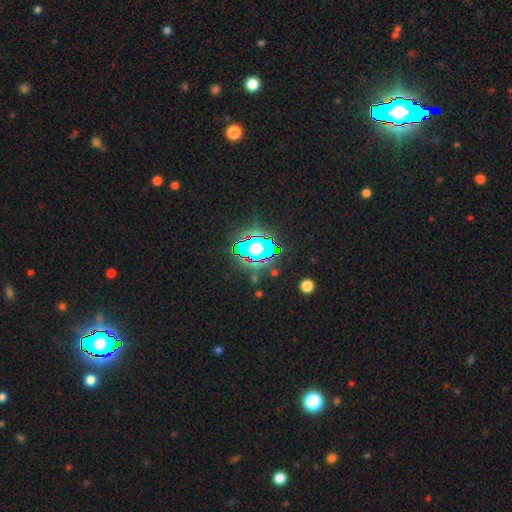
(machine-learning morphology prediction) A star or artifact, not a galaxy (78%).